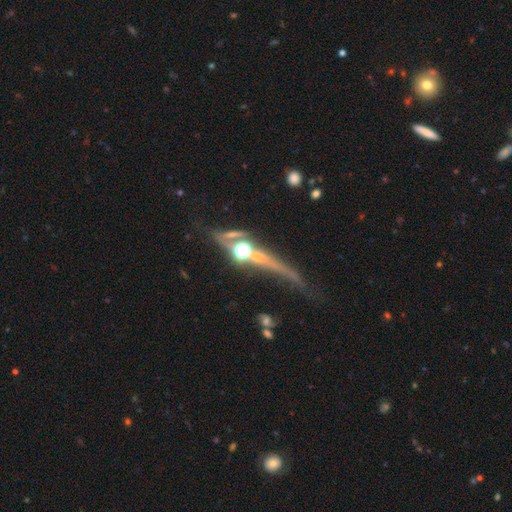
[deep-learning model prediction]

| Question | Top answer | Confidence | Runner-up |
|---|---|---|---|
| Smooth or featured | featured or disk | 56% | smooth (23%) |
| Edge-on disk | yes | 77% | no (23%) |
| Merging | none | 49% | merger (19%) |